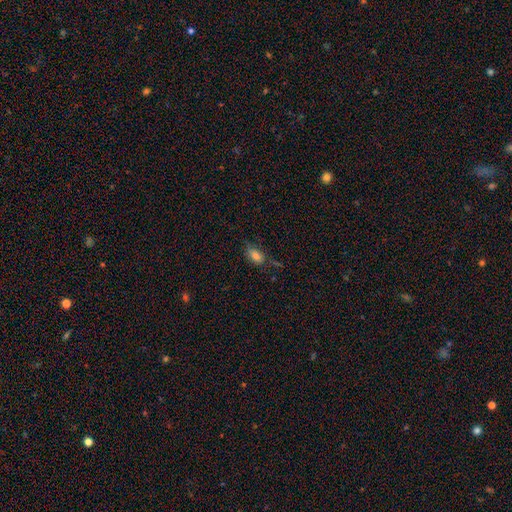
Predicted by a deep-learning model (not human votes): Smooth or featured: smooth — 79% (star or artifact — 12%)
How rounded: in between — 88% (round — 8%)
Merging: none — 61% (minor disturbance — 26%)